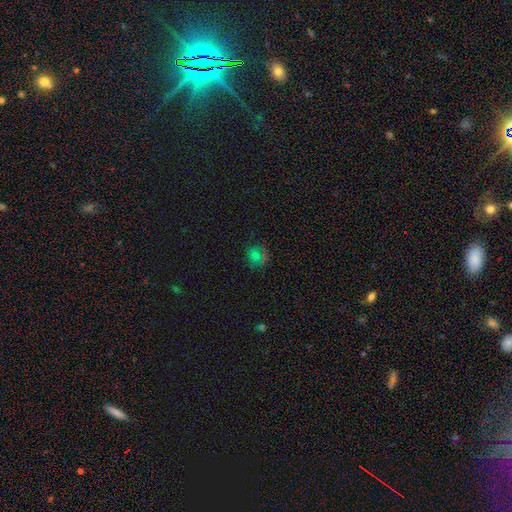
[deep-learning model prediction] Smooth or featured? smooth (60%)
How rounded? round (77%)
Merging? none (67%)